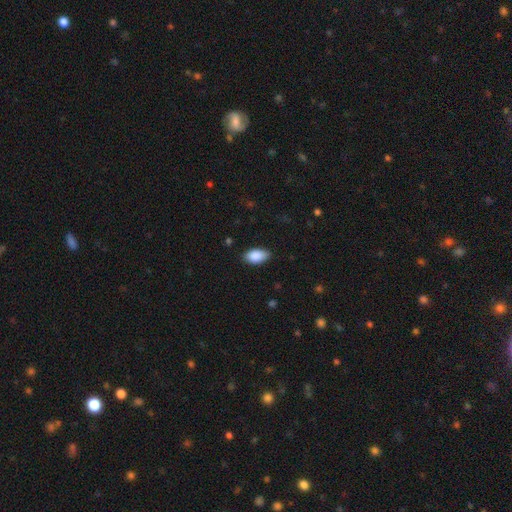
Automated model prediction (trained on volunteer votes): This appears to be a smooth galaxy with no disk features (89%) that is in between round and cigar-shaped (94%). Merging: none (82%).